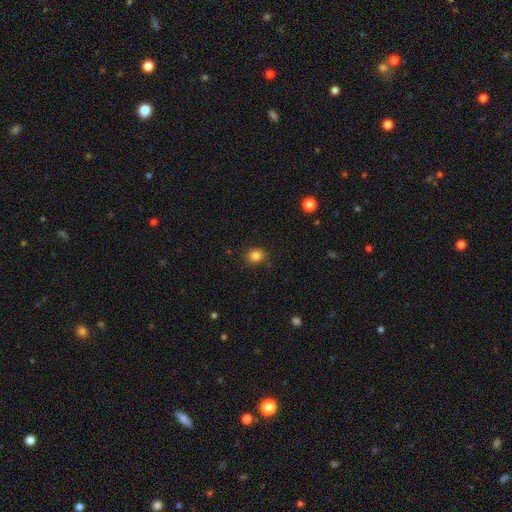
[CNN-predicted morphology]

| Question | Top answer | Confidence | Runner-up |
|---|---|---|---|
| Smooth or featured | smooth | 83% | star or artifact (12%) |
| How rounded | round | 67% | in between (32%) |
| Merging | none | 85% | minor disturbance (11%) |